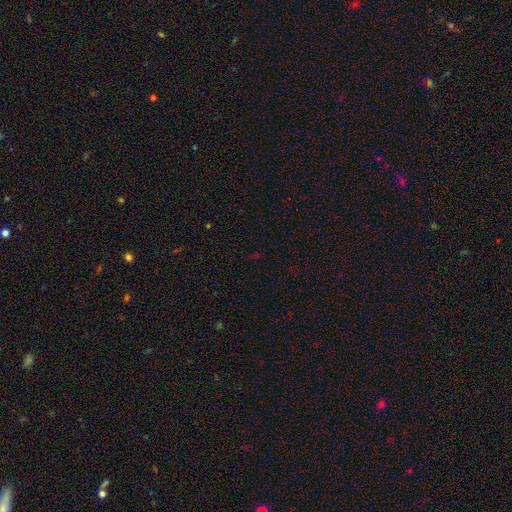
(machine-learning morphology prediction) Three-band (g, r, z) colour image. It shows a star or artifact, not a galaxy (70%).